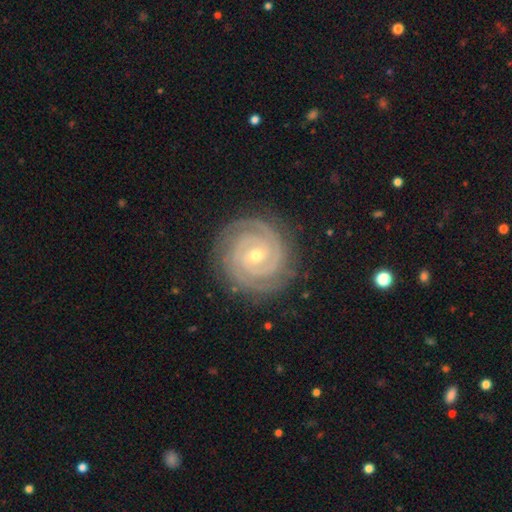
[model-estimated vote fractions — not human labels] Overall: featured or disk (92%). Edge-on disk: no (98%). Bar: no (50%; weak 34%). Spiral arms: yes (99%). Spiral arm count: 2 (51%; 3 24%). Spiral winding: tight (88%). Bulge size: small (57%; moderate 40%). Merging: none (86%).